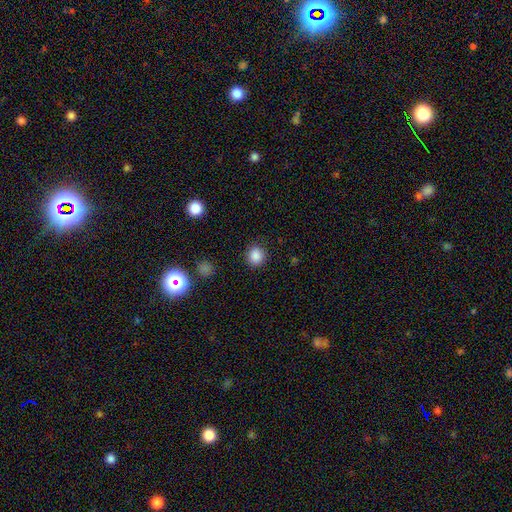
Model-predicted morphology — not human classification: smooth_or_featured: smooth (p=0.86) [alt: star or artifact p=0.11]
how_rounded: round (p=0.87) [alt: in between p=0.12]
merging: none (p=0.89) [alt: minor disturbance p=0.07]